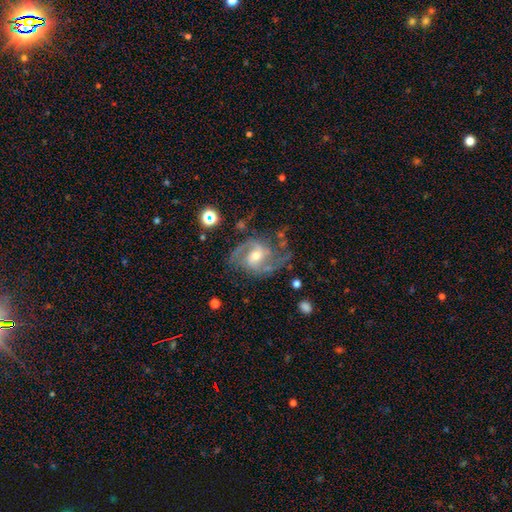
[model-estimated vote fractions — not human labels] smooth_or_featured: featured or disk (p=0.88) [alt: star or artifact p=0.06]
disk_edge_on: no (p=0.97) [alt: yes p=0.03]
bar: weak (p=0.48) [alt: no p=0.33]
has_spiral_arms: yes (p=0.96) [alt: no p=0.04]
spiral_winding: medium (p=0.57) [alt: loose p=0.22]
spiral_arm_count: 2 (p=0.83) [alt: 3 p=0.06]
bulge_size: moderate (p=0.57) [alt: small p=0.37]
merging: none (p=0.65) [alt: minor disturbance p=0.19]